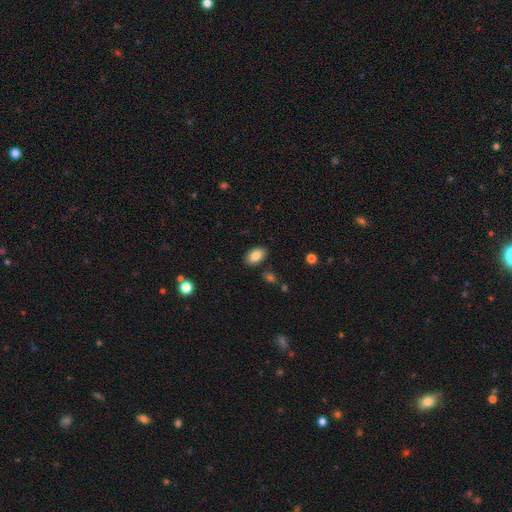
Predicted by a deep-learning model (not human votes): Q: Smooth or featured?
A: smooth (84%); runner-up: featured or disk (8%)
Q: How rounded?
A: in between (91%); runner-up: round (8%)
Q: Merging?
A: none (86%); runner-up: minor disturbance (9%)